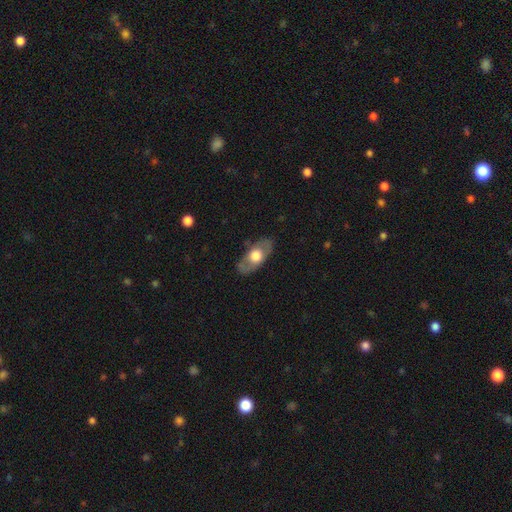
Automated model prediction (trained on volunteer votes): Smooth or featured? featured or disk (48%)
Merging? none (81%)